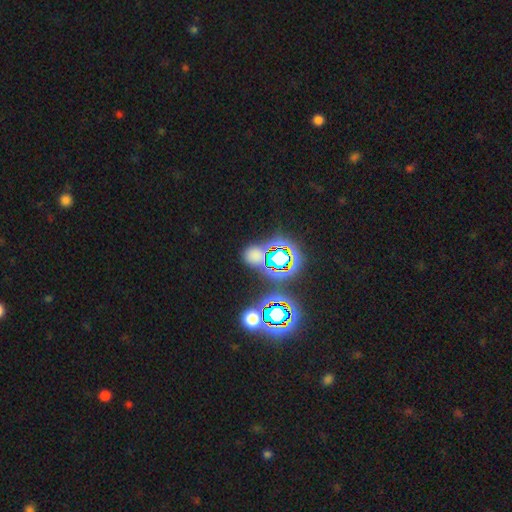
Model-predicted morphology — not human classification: Smooth or featured? star or artifact (47%)